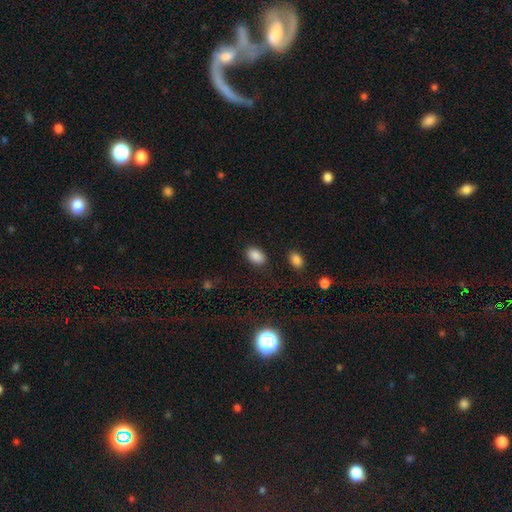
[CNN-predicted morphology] smooth-or-featured: smooth: 87% | star or artifact: 9% | featured or disk: 4%
  how-rounded: in between: 86% | round: 13% | cigar-shaped: 1%
  merging: none: 85% | minor disturbance: 10% | major disturbance: 3% | merger: 2%